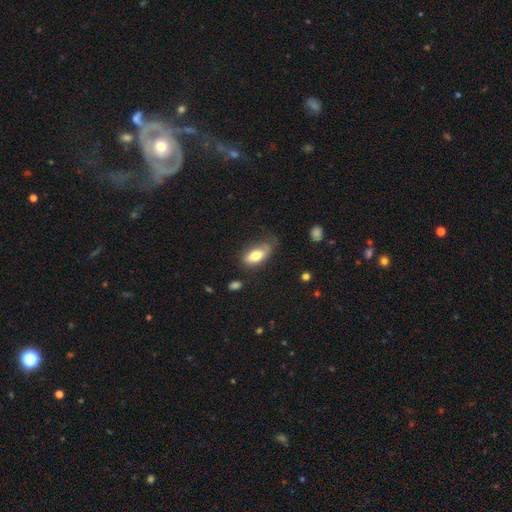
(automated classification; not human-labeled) Morphology: type=smooth (74%); roundness=in between (88%); merging=none (54%).